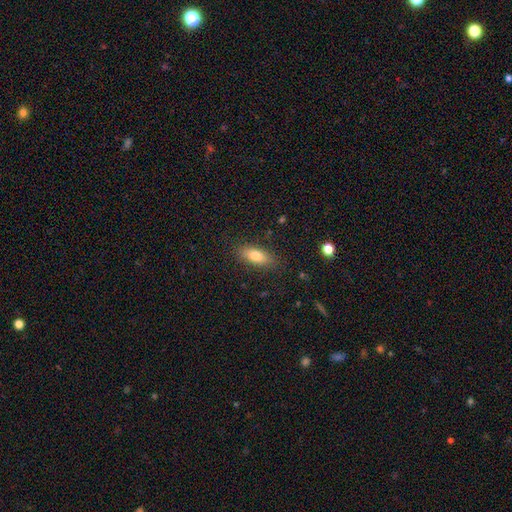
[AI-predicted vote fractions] Q: Smooth or featured?
A: smooth (78%); runner-up: featured or disk (14%)
Q: How rounded?
A: in between (78%); runner-up: cigar-shaped (19%)
Q: Merging?
A: none (86%); runner-up: minor disturbance (10%)